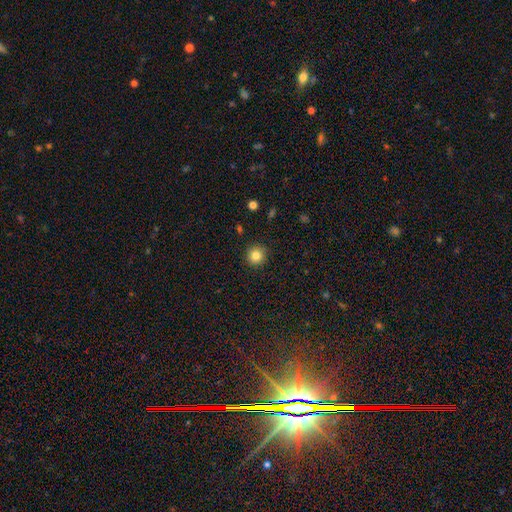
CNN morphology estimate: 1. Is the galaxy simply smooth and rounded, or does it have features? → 84% smooth, 11% star or artifact, 6% featured or disk.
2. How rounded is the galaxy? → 93% round, 6% in between, 1% cigar-shaped.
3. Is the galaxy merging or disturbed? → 91% none, 6% minor disturbance, 2% major disturbance, 1% merger.